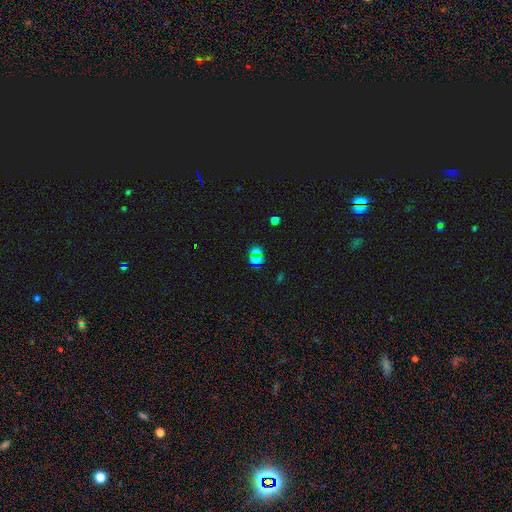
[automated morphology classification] This appears to be a smooth galaxy with no disk features (53%) that is round (81%). Merging: none (82%).